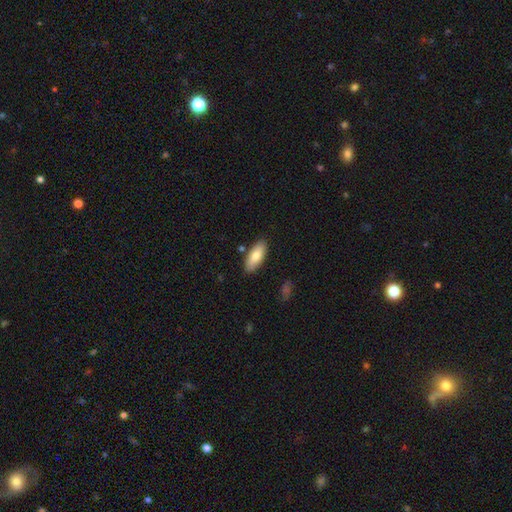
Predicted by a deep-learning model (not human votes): Overall: smooth (81%). How rounded: in between (80%). Merging: none (85%).